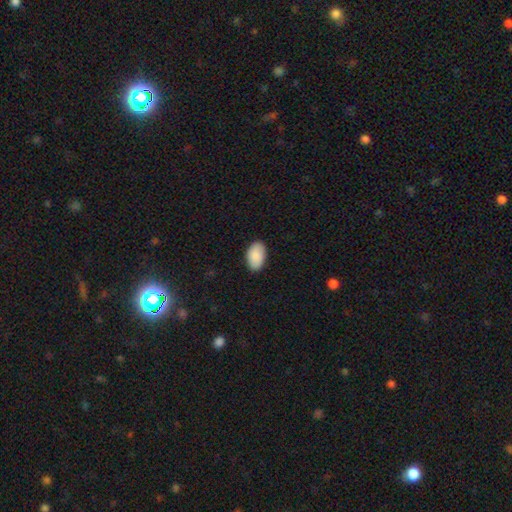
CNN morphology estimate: Overall: smooth (90%). How rounded: in between (93%). Merging: none (86%).